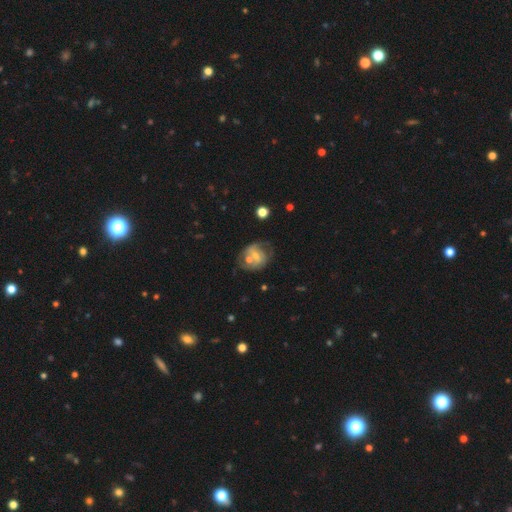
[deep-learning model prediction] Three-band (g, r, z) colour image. It shows a featured or disk galaxy (56%) with no bar (49%), spiral arms (58%) and a moderate central bulge (45%). Merging: none (40%).